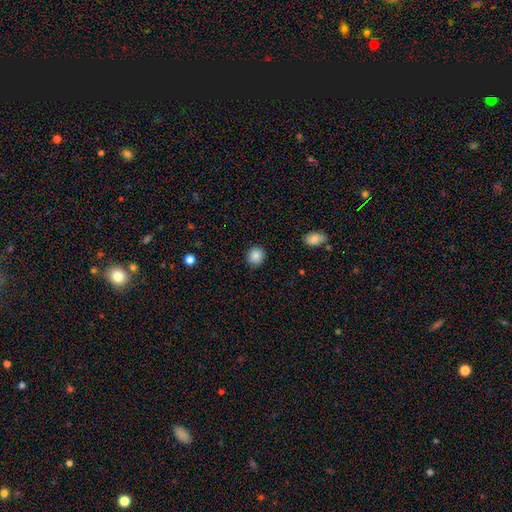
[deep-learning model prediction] This appears to be a smooth galaxy with no disk features (87%) that is round (84%). Merging: none (90%).